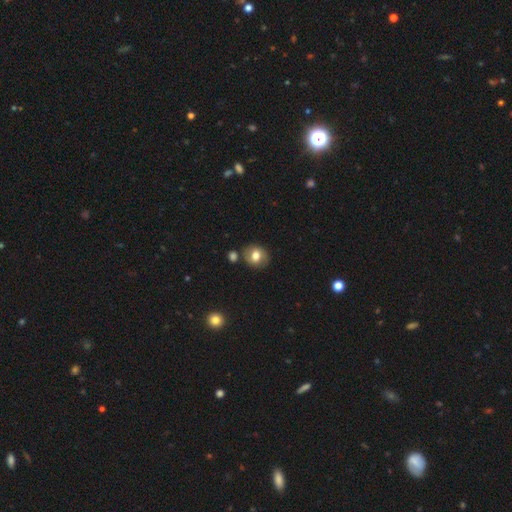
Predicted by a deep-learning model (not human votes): The model was most divided on "how rounded": round: 66%, in between: 33%, cigar-shaped: 1%. More confident: merging — none (75%); smooth or featured — smooth (72%).